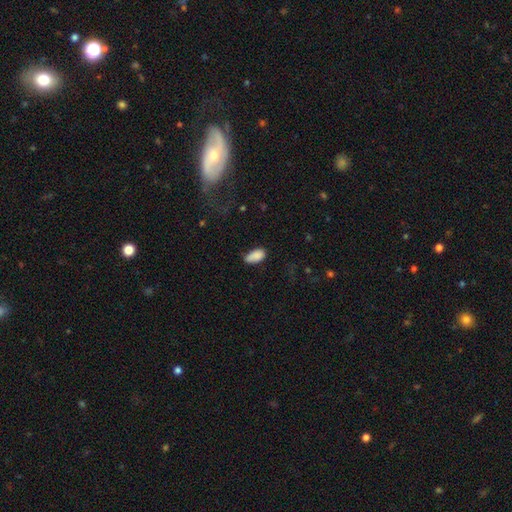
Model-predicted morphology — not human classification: A smooth galaxy with no disk features (87%) that is in between round and cigar-shaped (93%). Merging: none (63%).